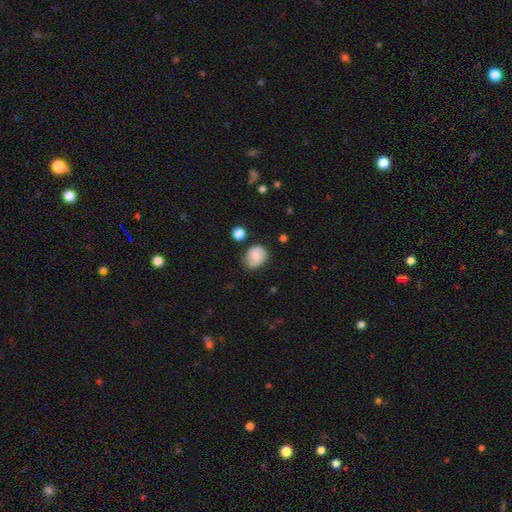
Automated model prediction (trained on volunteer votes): Morphology: type=smooth (57%); roundness=round (54%); merging=none (73%).